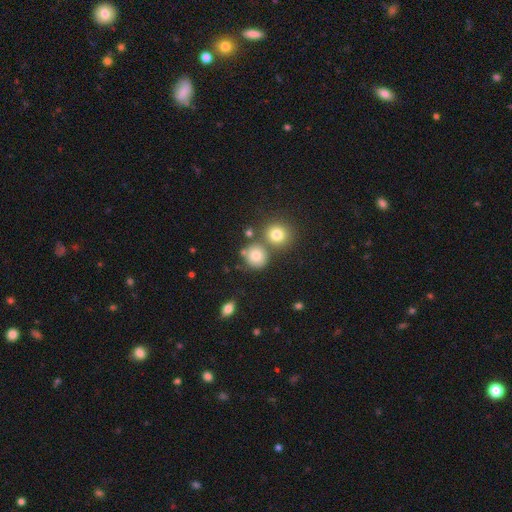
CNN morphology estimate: This is likely a smooth galaxy (78%). How rounded: clearly round (86%). Merging: likely none (65%).